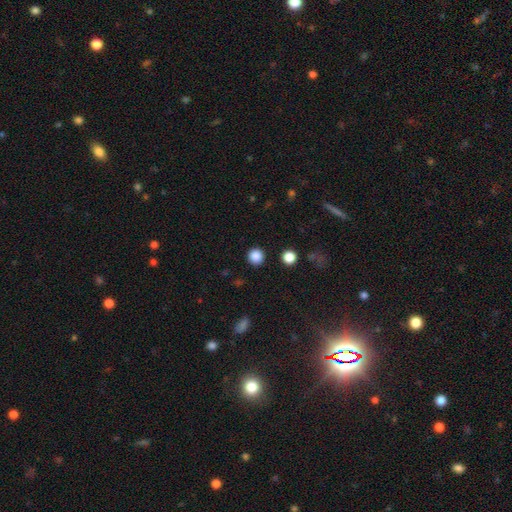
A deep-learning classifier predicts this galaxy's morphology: Smooth or featured? smooth (86%)
How rounded? round (95%)
Merging? none (92%)